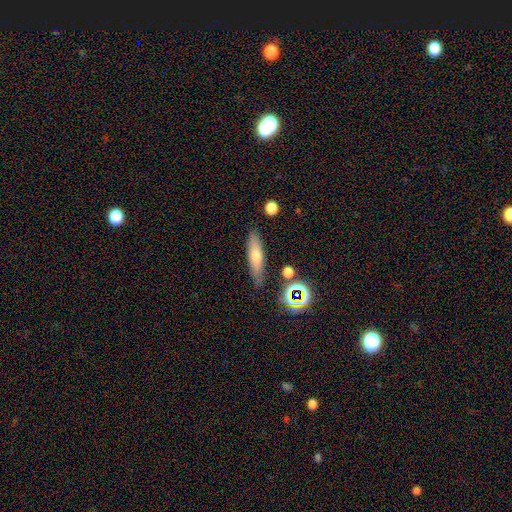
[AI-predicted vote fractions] The model was most divided on "smooth or featured": smooth: 58%, featured or disk: 32%, star or artifact: 10%. More confident: merging — none (82%); how rounded — cigar-shaped (70%).